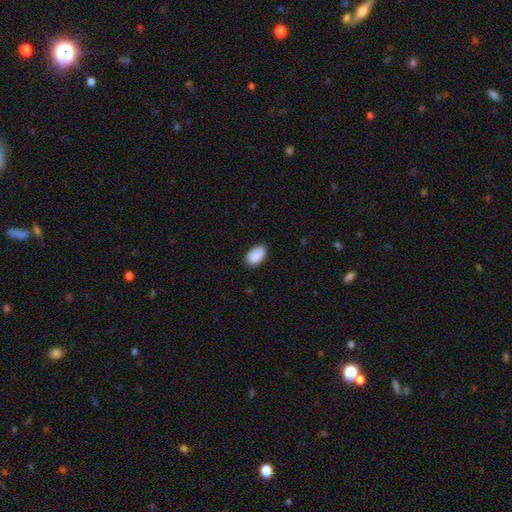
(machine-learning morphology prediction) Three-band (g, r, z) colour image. It shows a smooth galaxy with no disk features (87%) that is in between round and cigar-shaped (92%). Merging: none (73%).